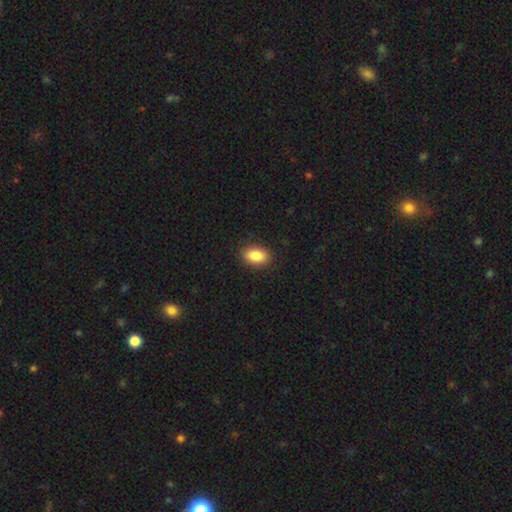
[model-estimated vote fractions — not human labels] The model was most divided on "smooth or featured": smooth: 88%, star or artifact: 7%, featured or disk: 4%. More confident: how rounded — in between (90%); merging — none (89%).